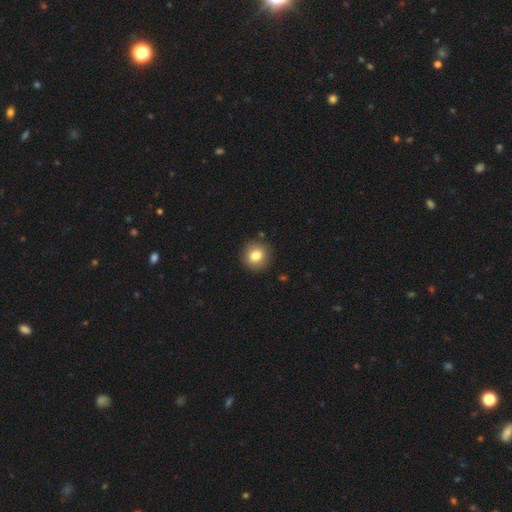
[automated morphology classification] A smooth galaxy with no disk features (81%) that is round (89%). Merging: none (90%).